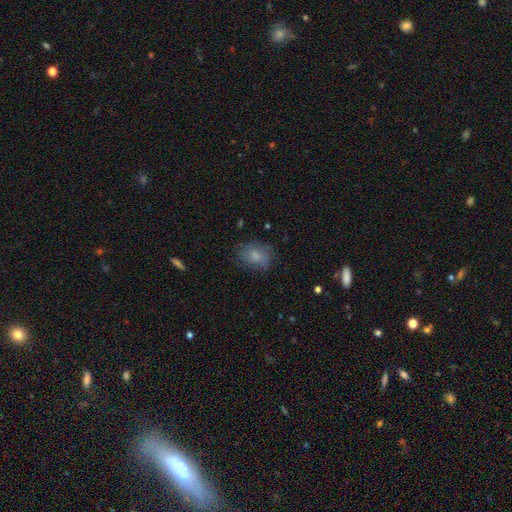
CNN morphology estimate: smooth-or-featured: smooth: 74% | featured or disk: 17% | star or artifact: 9%
  how-rounded: in between: 71% | round: 28% | cigar-shaped: 2%
  merging: none: 68% | minor disturbance: 22% | major disturbance: 9% | merger: 1%